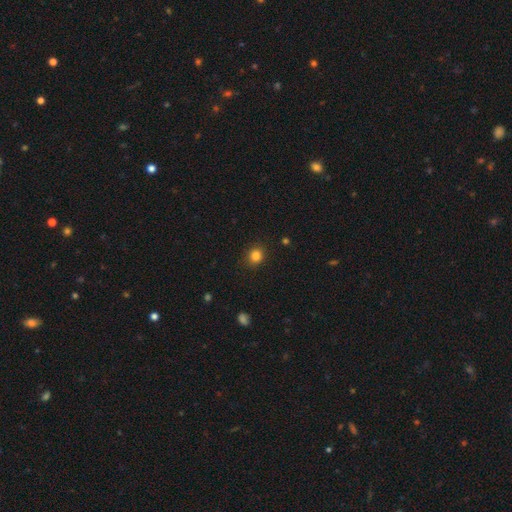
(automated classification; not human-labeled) Smooth or featured? Predicted: smooth (p=0.84). How rounded? Predicted: round (p=0.80). Merging? Predicted: none (p=0.87).